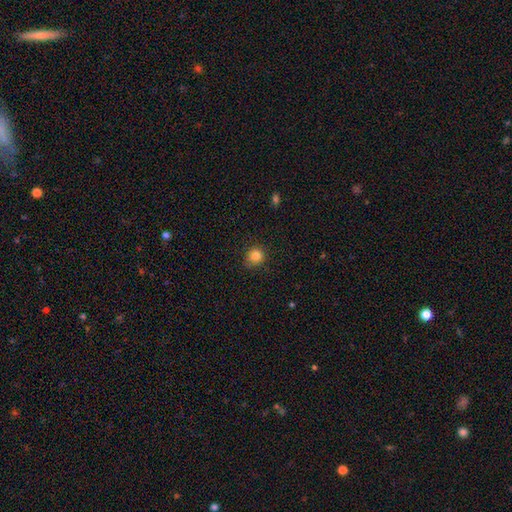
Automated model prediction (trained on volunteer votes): A smooth galaxy with no disk features (83%) that is round (89%). Merging: none (82%).